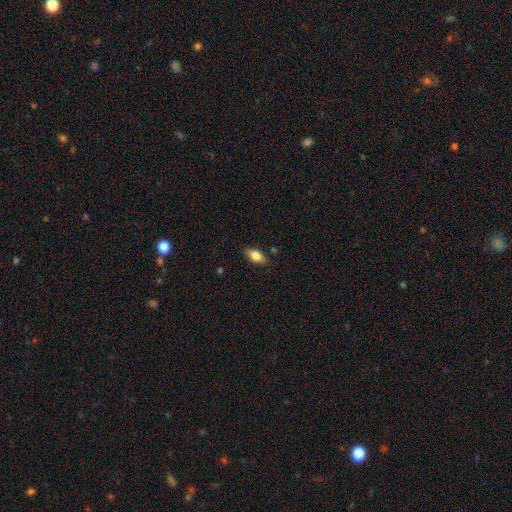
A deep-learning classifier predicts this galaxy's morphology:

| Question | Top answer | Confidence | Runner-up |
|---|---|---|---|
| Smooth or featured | smooth | 81% | featured or disk (11%) |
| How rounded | in between | 89% | cigar-shaped (7%) |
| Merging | none | 84% | minor disturbance (12%) |